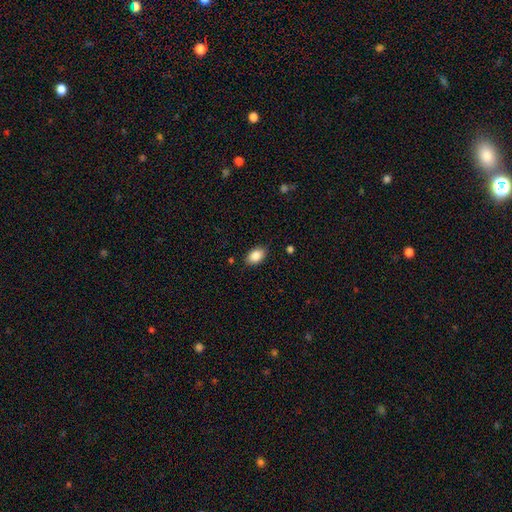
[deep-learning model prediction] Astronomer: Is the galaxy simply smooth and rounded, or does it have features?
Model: smooth — 86%.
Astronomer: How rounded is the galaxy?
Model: in between — 89%.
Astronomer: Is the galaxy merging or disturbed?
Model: none — 85%.